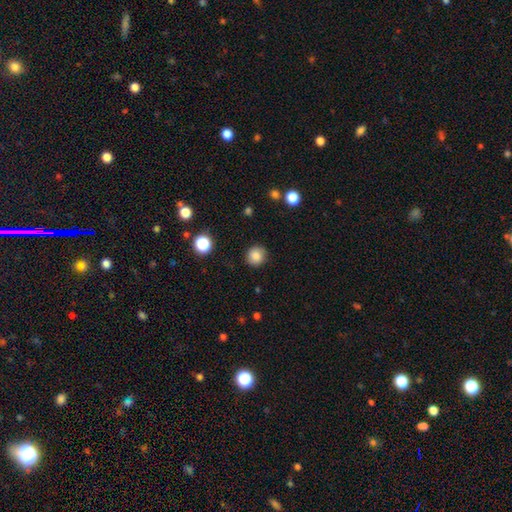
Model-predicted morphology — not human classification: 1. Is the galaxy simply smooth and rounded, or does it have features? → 84% smooth, 10% star or artifact, 6% featured or disk.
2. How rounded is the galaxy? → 90% round, 10% in between, 1% cigar-shaped.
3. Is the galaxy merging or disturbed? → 87% none, 9% minor disturbance, 2% major disturbance, 1% merger.